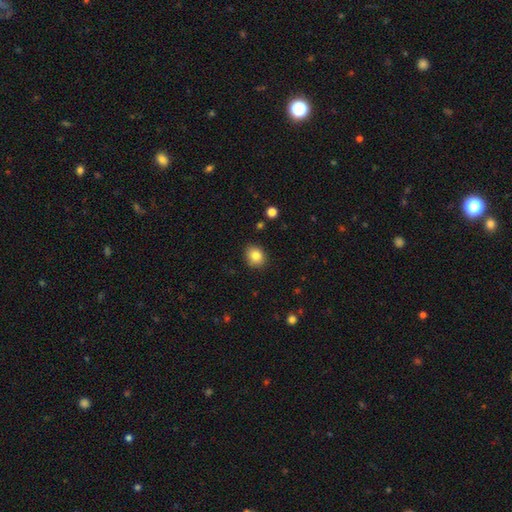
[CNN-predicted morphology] Smooth or featured? smooth (83%)
How rounded? round (66%)
Merging? none (88%)